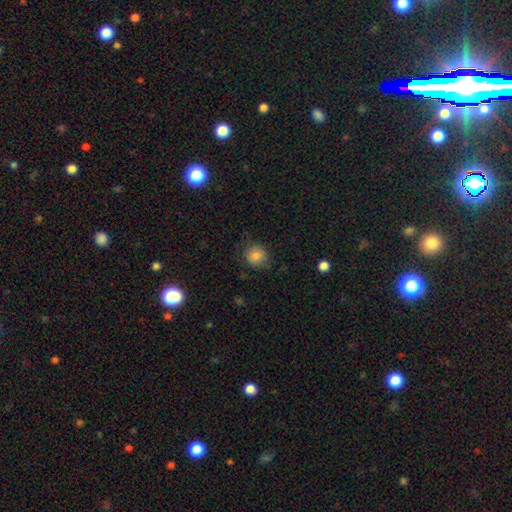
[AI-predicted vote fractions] smooth-or-featured: smooth: 83% | star or artifact: 9% | featured or disk: 7%
  how-rounded: round: 80% | in between: 19% | cigar-shaped: 1%
  merging: none: 73% | minor disturbance: 19% | major disturbance: 6% | merger: 1%